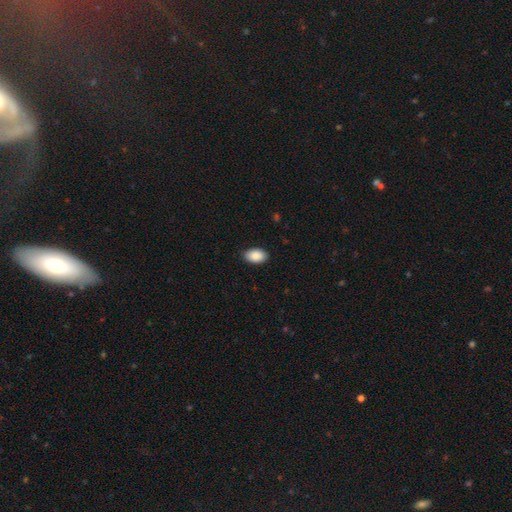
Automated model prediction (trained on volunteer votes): smooth-or-featured: smooth: 90% | star or artifact: 6% | featured or disk: 4%
  how-rounded: in between: 93% | round: 6% | cigar-shaped: 1%
  merging: none: 87% | minor disturbance: 10% | major disturbance: 2% | merger: 1%